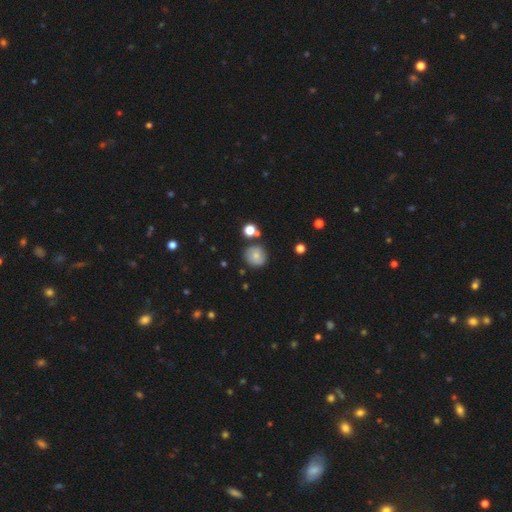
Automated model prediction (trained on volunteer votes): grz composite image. It shows a smooth galaxy with no disk features (66%) that is round (90%). Merging: none (77%).